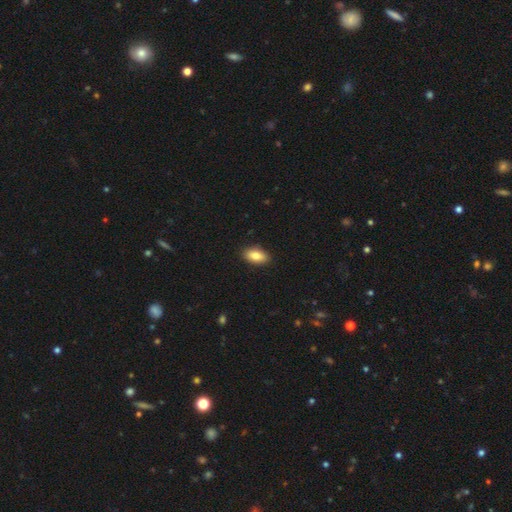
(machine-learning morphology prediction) A smooth galaxy with no disk features (83%) that is in between round and cigar-shaped (91%).

Vote fractions:
- Smooth or featured? smooth: 83% / featured or disk: 10% / star or artifact: 7%
- How rounded? in between: 91% / cigar-shaped: 4% / round: 4%
- Merging? none: 90% / minor disturbance: 8% / major disturbance: 2% / merger: 1%